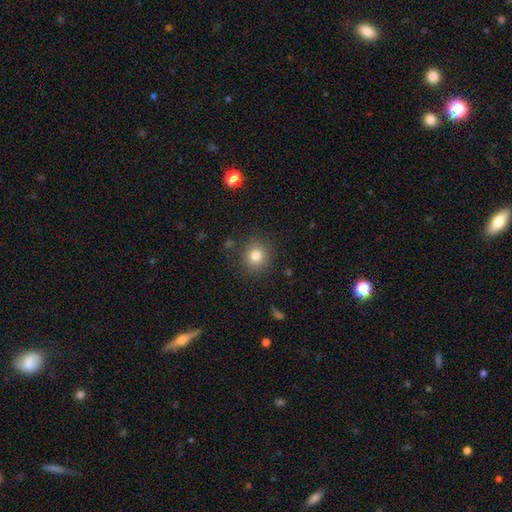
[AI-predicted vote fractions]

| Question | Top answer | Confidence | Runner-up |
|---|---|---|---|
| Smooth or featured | smooth | 80% | star or artifact (12%) |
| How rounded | round | 89% | in between (10%) |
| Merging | none | 87% | minor disturbance (8%) |